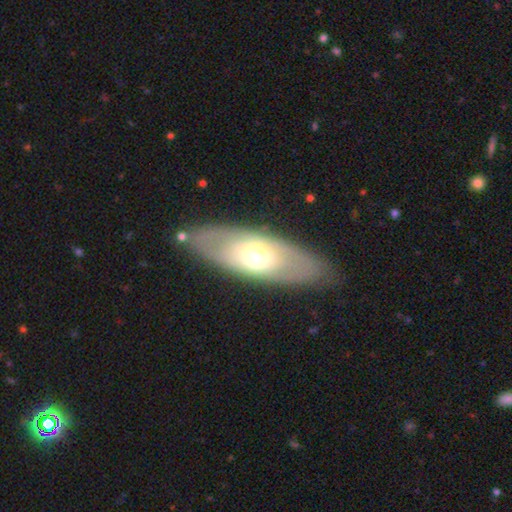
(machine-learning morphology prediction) Overall: featured or disk (58%; smooth 36%). Edge-on disk: no (77%). Merging: none (81%).